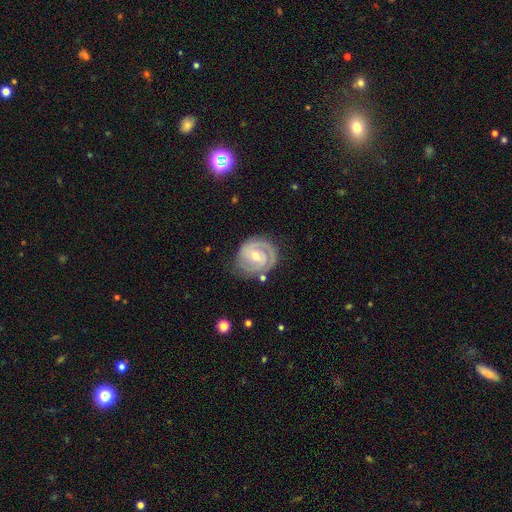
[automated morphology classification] featured or disk 88%, smooth 7%, star or artifact 5%. Down the decision tree: edge-on disk — no (98%); bar — weak (43%); spiral arms — yes (97%); spiral arm count — 2 (74%); spiral winding — tight (72%); bulge size — small (49%); merging — none (77%).